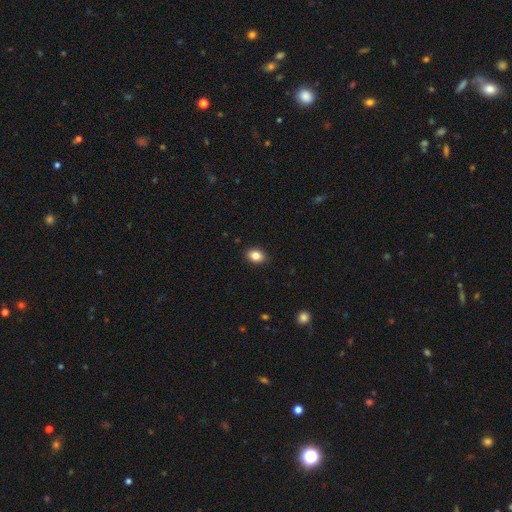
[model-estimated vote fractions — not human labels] Smooth or featured: smooth — 85% (star or artifact — 9%)
How rounded: in between — 67% (round — 32%)
Merging: none — 88% (minor disturbance — 9%)